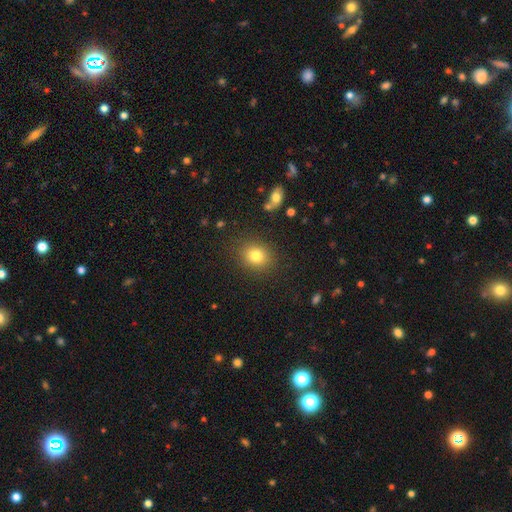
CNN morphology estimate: smooth-or-featured: smooth: 80% | star or artifact: 12% | featured or disk: 8%
  how-rounded: round: 68% | in between: 31% | cigar-shaped: 1%
  merging: none: 86% | minor disturbance: 9% | major disturbance: 3% | merger: 2%